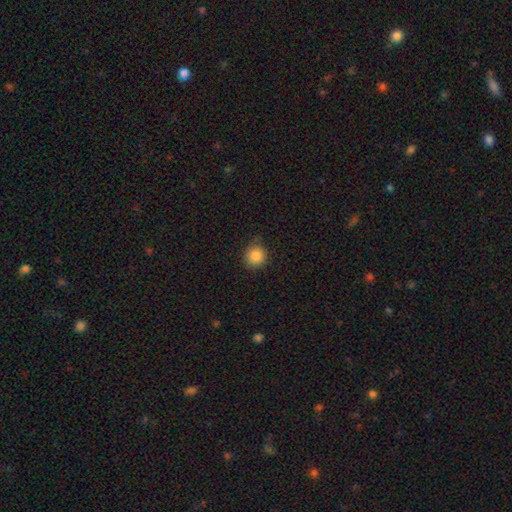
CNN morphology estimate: A smooth galaxy with no disk features (86%) that is round (92%).

Vote fractions:
- Smooth or featured? smooth: 86% / star or artifact: 10% / featured or disk: 4%
- How rounded? round: 92% / in between: 7% / cigar-shaped: 1%
- Merging? none: 85% / minor disturbance: 11% / major disturbance: 2% / merger: 1%